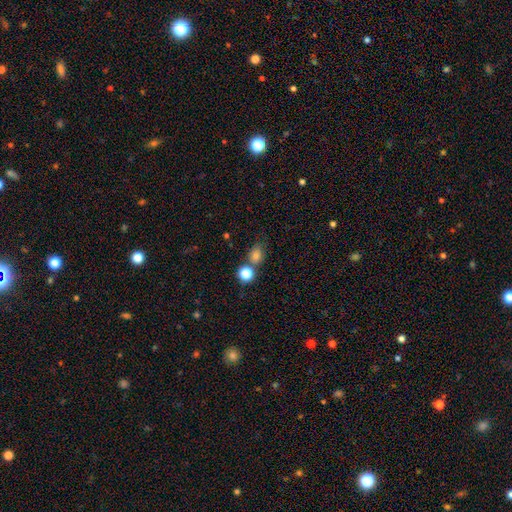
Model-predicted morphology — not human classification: The model was most divided on "how rounded": round: 51%, in between: 48%, cigar-shaped: 1%. More confident: smooth or featured — smooth (78%); merging — none (58%).